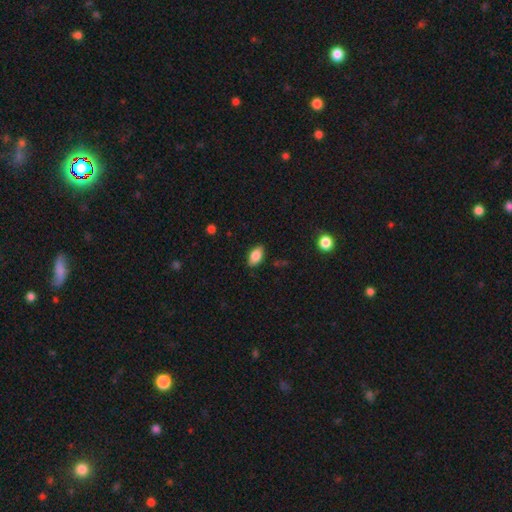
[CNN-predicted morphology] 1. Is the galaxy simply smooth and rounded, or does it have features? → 84% smooth, 9% featured or disk, 8% star or artifact.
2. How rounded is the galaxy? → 92% in between, 5% round, 4% cigar-shaped.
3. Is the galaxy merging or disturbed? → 86% none, 11% minor disturbance, 2% major disturbance, 1% merger.